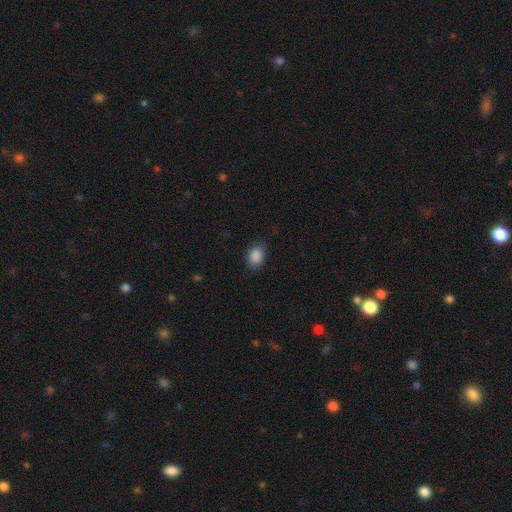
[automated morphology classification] smooth_or_featured: smooth (p=0.88) [alt: star or artifact p=0.08]
how_rounded: in between (p=0.73) [alt: round p=0.26]
merging: none (p=0.83) [alt: minor disturbance p=0.13]